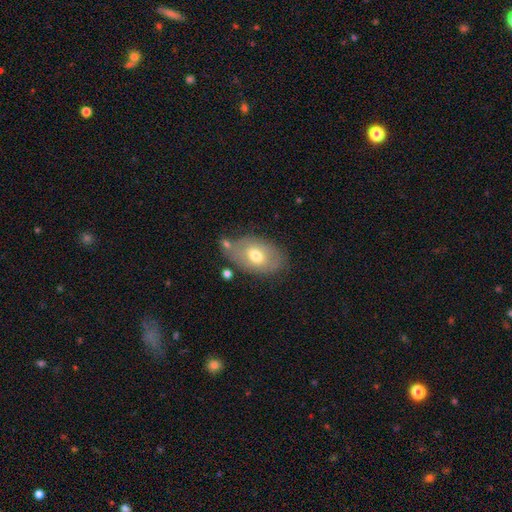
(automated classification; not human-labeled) Smooth or featured? smooth (55%)
How rounded? in between (86%)
Merging? none (60%)